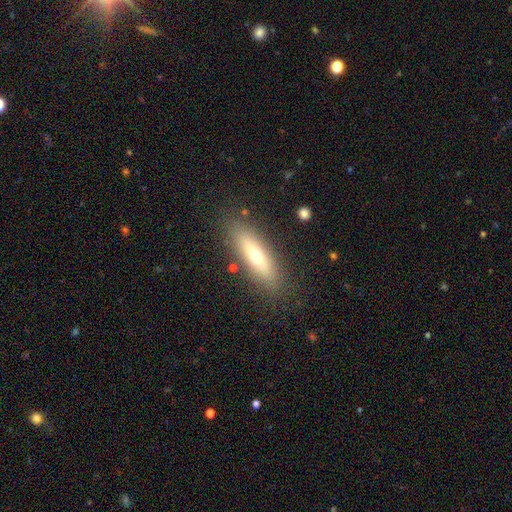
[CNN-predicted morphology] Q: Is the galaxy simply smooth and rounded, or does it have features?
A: smooth — 57%.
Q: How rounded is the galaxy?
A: cigar-shaped — 59%.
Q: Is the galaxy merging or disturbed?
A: none — 85%.